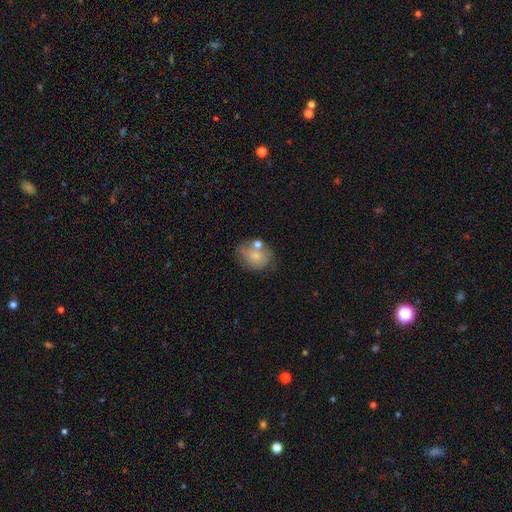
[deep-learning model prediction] Smooth or featured: smooth — 72% (featured or disk — 20%)
How rounded: round — 54% (in between — 45%)
Merging: none — 51% (minor disturbance — 21%)